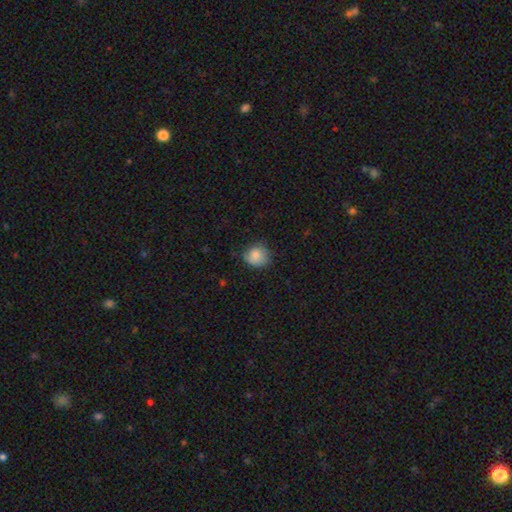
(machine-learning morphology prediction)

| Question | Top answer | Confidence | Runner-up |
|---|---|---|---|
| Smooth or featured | smooth | 84% | star or artifact (9%) |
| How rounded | round | 78% | in between (21%) |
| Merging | none | 69% | minor disturbance (25%) |